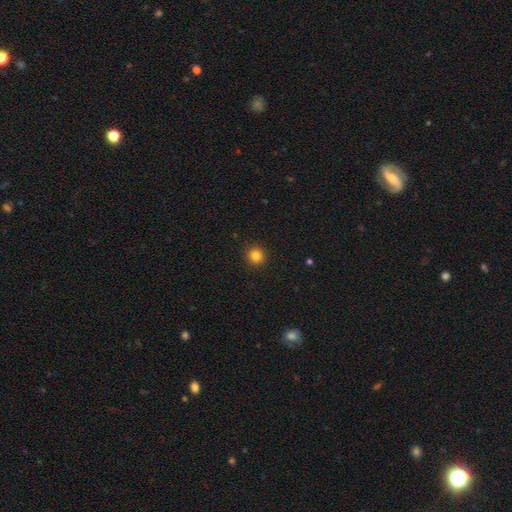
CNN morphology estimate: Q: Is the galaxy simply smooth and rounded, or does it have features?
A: smooth — 83%.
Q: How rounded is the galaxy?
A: round — 93%.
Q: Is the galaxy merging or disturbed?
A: none — 92%.